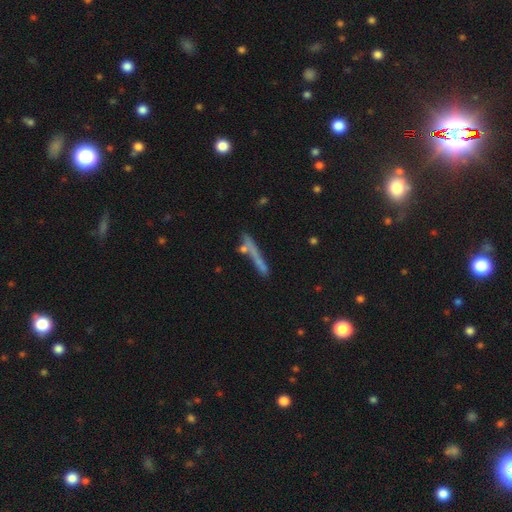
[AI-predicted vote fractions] The model was most divided on "smooth or featured": smooth: 50%, featured or disk: 36%, star or artifact: 14%. More confident: merging — none (68%).